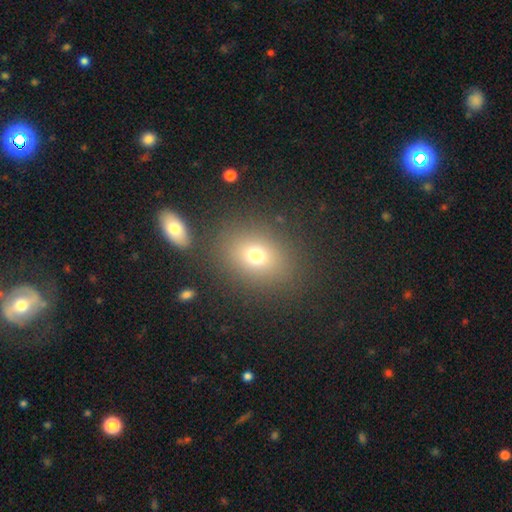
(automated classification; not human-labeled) Smooth or featured? Predicted: smooth (p=0.72). How rounded? Predicted: in between (p=0.51). Merging? Predicted: none (p=0.81).